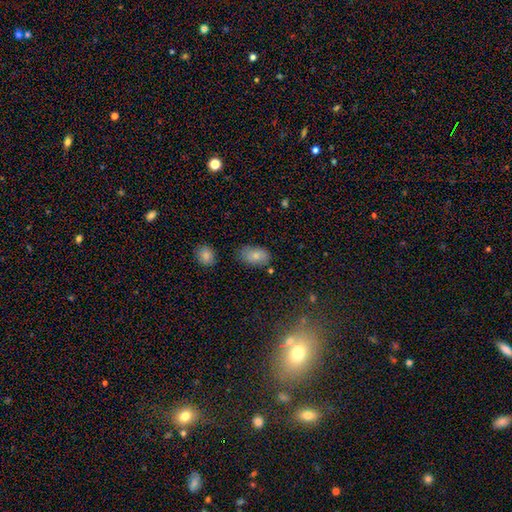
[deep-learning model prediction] smooth_or_featured: smooth (p=0.80) [alt: featured or disk p=0.12]
how_rounded: in between (p=0.91) [alt: round p=0.08]
merging: none (p=0.74) [alt: minor disturbance p=0.18]